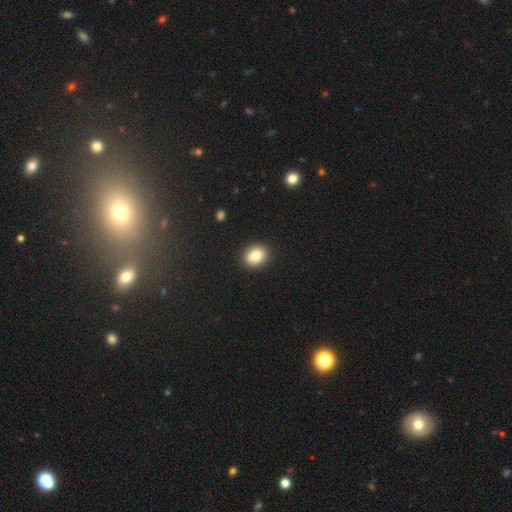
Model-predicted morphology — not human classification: Smooth or featured?
  - smooth: 83% *
  - star or artifact: 9%
  - featured or disk: 8%
How rounded?
  - round: 62% *
  - in between: 37%
  - cigar-shaped: 1%
Merging?
  - none: 91% *
  - minor disturbance: 6%
  - major disturbance: 2%
  - merger: 1%